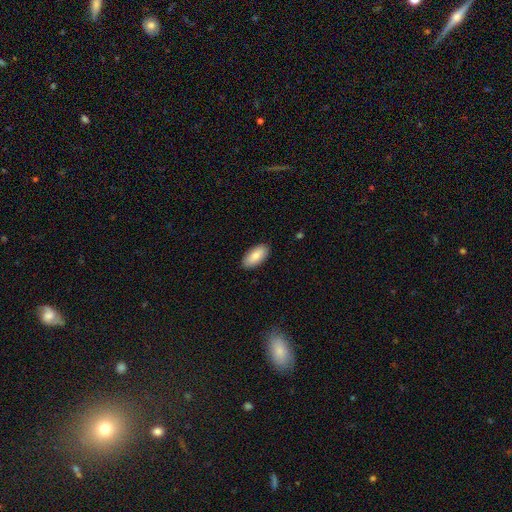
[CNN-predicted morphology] This appears to be a smooth galaxy with no disk features (83%) that is in between round and cigar-shaped (92%). Merging: none (88%).